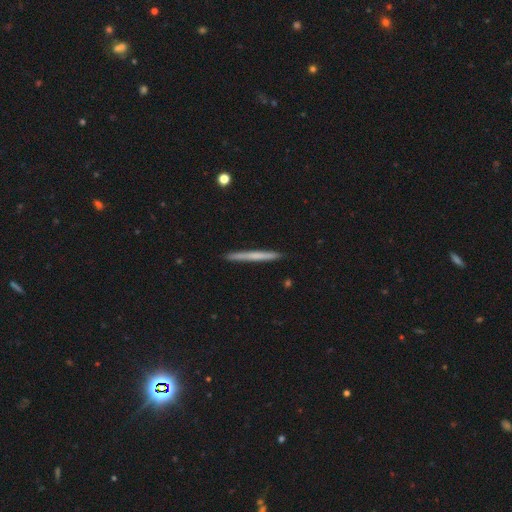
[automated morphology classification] Smooth or featured? smooth (55%)
How rounded? cigar-shaped (97%)
Merging? none (92%)